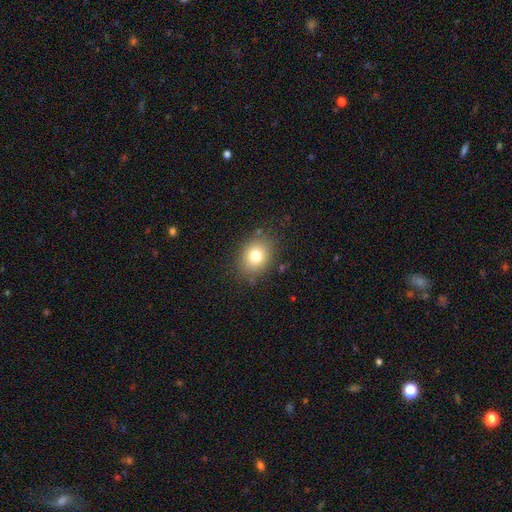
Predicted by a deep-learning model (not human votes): The model was most divided on "how rounded": round: 54%, in between: 45%, cigar-shaped: 1%. More confident: merging — none (84%); smooth or featured — smooth (77%).